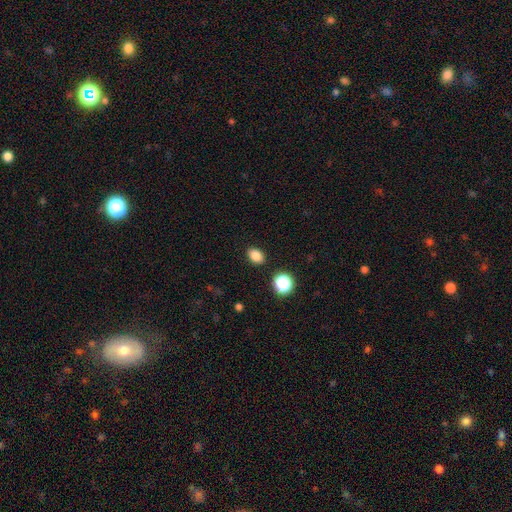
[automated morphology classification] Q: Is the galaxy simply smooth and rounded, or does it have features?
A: smooth — 84%.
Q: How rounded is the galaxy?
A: in between — 71%.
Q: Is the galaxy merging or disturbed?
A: none — 88%.